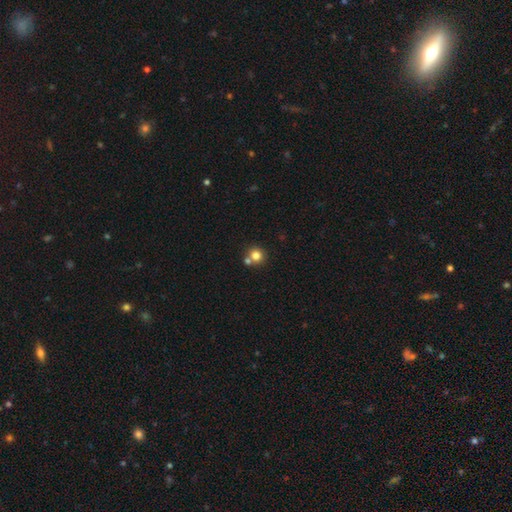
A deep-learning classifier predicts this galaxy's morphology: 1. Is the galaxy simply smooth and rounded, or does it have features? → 81% smooth, 11% star or artifact, 8% featured or disk.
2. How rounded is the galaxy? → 90% round, 9% in between, 1% cigar-shaped.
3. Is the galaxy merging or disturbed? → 60% none, 30% merger, 7% minor disturbance, 3% major disturbance.